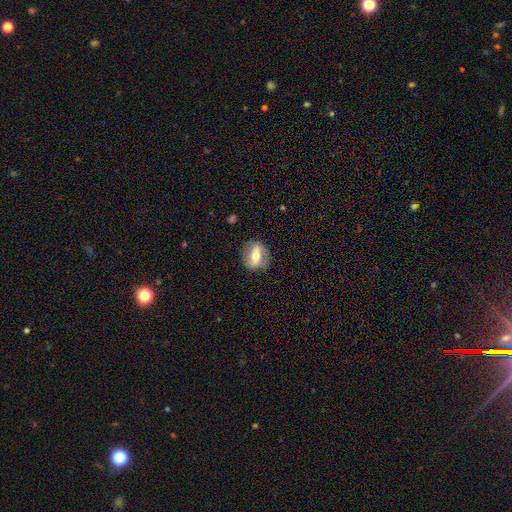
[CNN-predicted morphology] Smooth or featured?
  - smooth: 51% *
  - featured or disk: 41%
  - star or artifact: 8%
How rounded?
  - round: 54% *
  - in between: 43%
  - cigar-shaped: 3%
Merging?
  - none: 81% *
  - minor disturbance: 14%
  - major disturbance: 4%
  - merger: 1%